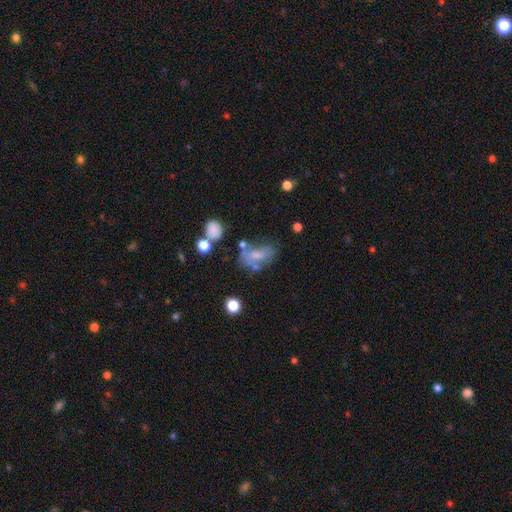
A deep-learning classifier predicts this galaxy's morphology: Smooth or featured: smooth — 48% (featured or disk — 38%)
Merging: none — 33% (major disturbance — 26%)